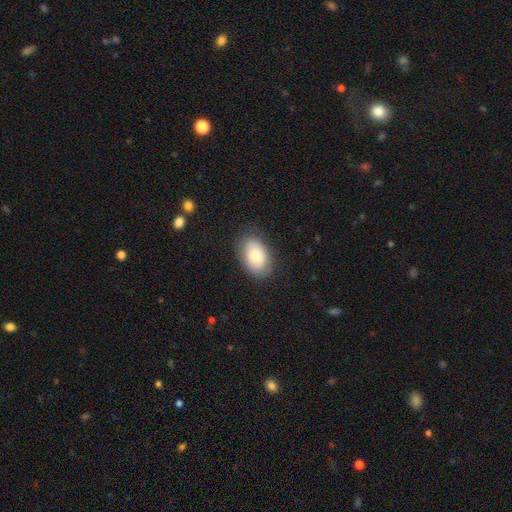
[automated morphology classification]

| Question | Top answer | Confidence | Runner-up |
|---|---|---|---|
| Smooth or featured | smooth | 78% | featured or disk (15%) |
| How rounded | in between | 90% | round (9%) |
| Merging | none | 81% | minor disturbance (14%) |